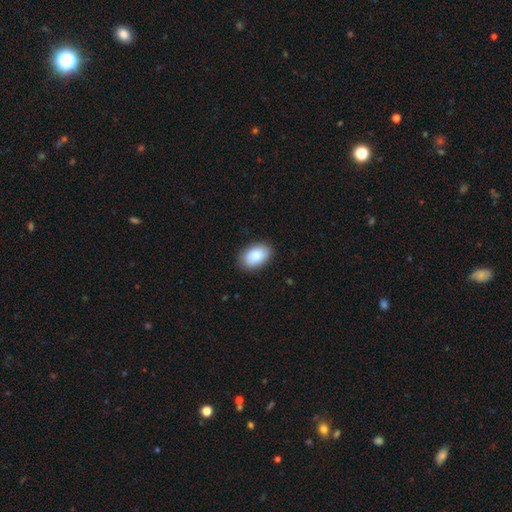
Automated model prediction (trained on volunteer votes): Overall: smooth (87%). How rounded: in between (89%). Merging: none (86%).